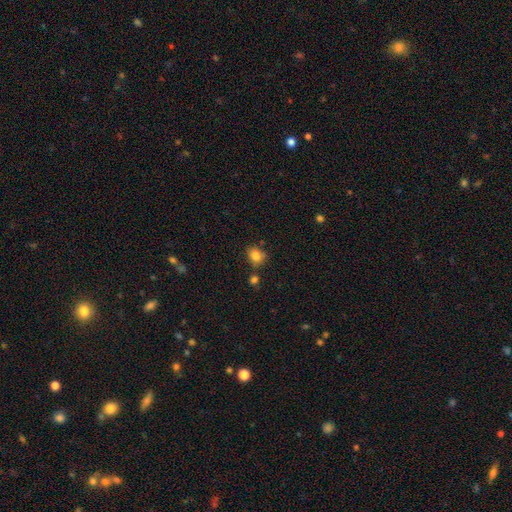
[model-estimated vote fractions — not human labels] smooth-or-featured: smooth: 82% | star or artifact: 11% | featured or disk: 7%
  how-rounded: round: 62% | in between: 37% | cigar-shaped: 1%
  merging: none: 73% | minor disturbance: 14% | merger: 9% | major disturbance: 4%